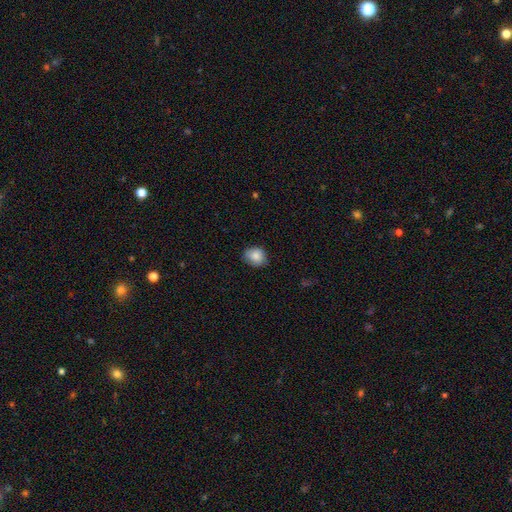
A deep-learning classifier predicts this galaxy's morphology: This appears to be a smooth galaxy with no disk features (85%) that is round (65%). Merging: none (78%).